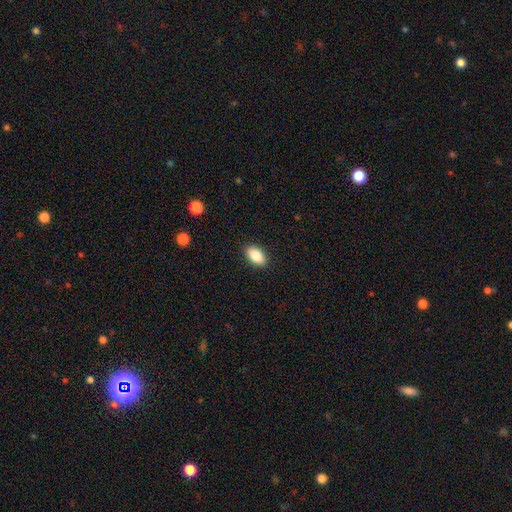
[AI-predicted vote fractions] smooth-or-featured: smooth: 85% | featured or disk: 8% | star or artifact: 7%
  how-rounded: in between: 91% | round: 4% | cigar-shaped: 4%
  merging: none: 89% | minor disturbance: 8% | major disturbance: 2% | merger: 1%